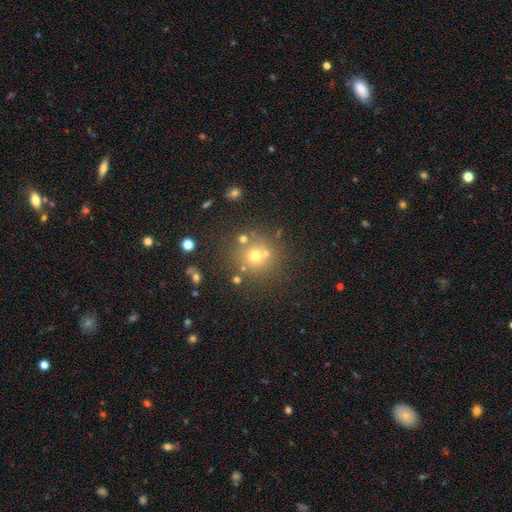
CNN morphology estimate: Smooth or featured: smooth — 64% (star or artifact — 22%)
How rounded: round — 91% (in between — 8%)
Merging: none — 72% (merger — 14%)